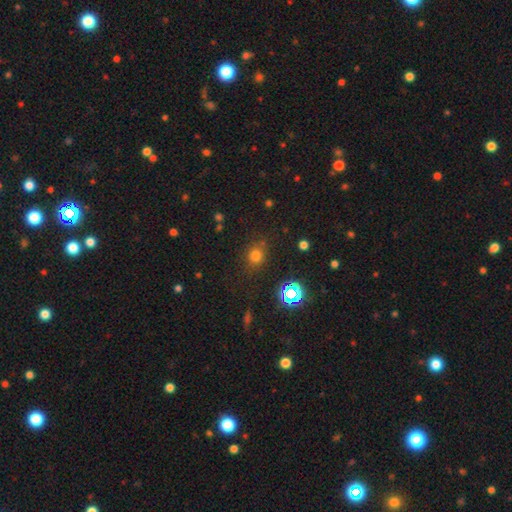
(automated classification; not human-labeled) Overall: smooth (69%). How rounded: round (80%). Merging: none (78%).